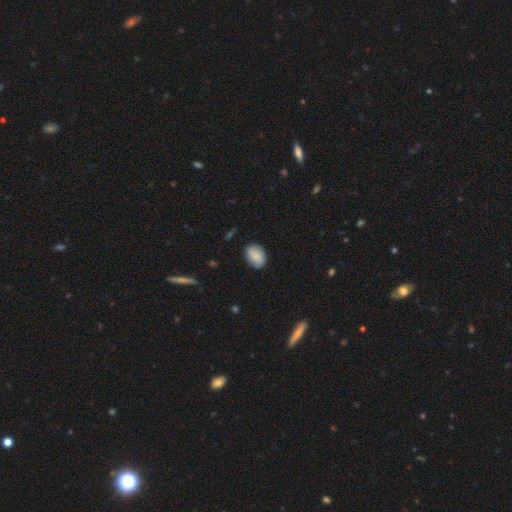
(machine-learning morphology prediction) This appears to be a smooth galaxy with no disk features (85%) that is in between round and cigar-shaped (79%). Merging: none (80%).